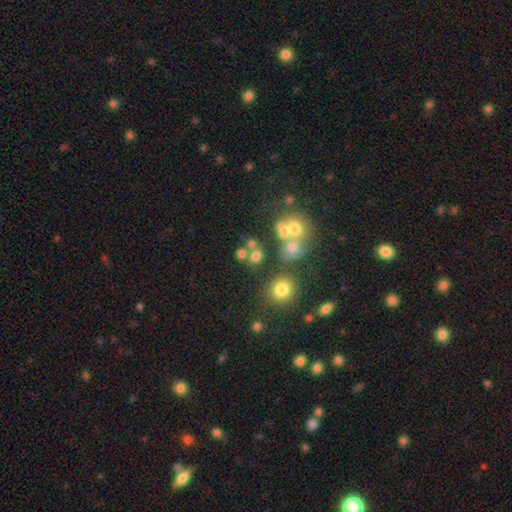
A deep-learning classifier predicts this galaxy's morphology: A smooth galaxy with no disk features (66%) that is round (77%).

Vote fractions:
- Smooth or featured? smooth: 66% / star or artifact: 20% / featured or disk: 15%
- How rounded? round: 77% / in between: 21% / cigar-shaped: 2%
- Merging? none: 53% / merger: 29% / minor disturbance: 10% / major disturbance: 8%